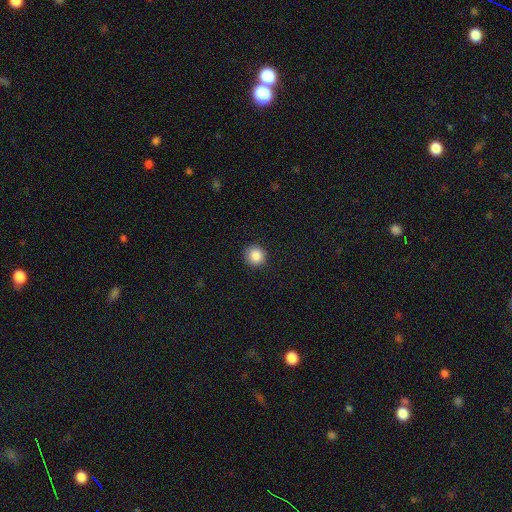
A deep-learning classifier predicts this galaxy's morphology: Overall: smooth (87%). How rounded: round (92%). Merging: none (91%).